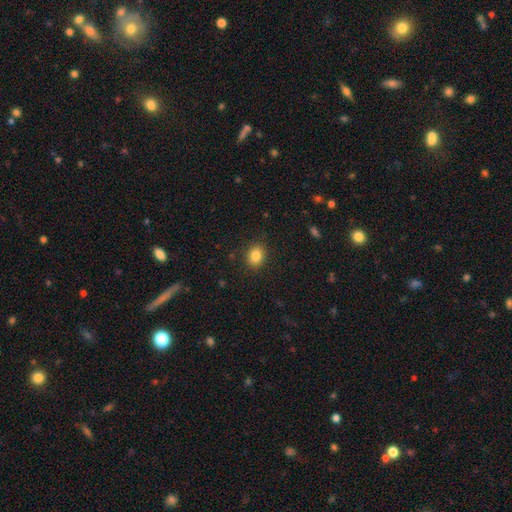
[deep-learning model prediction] Smooth or featured?
  - smooth: 85% *
  - star or artifact: 10%
  - featured or disk: 5%
How rounded?
  - in between: 50% *
  - round: 49%
  - cigar-shaped: 1%
Merging?
  - none: 88% *
  - minor disturbance: 8%
  - major disturbance: 3%
  - merger: 1%